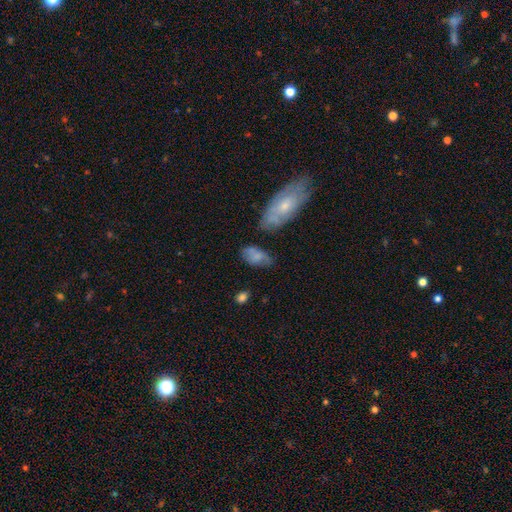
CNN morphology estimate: A smooth galaxy with no disk features (68%) that is in between round and cigar-shaped (91%).

Vote fractions:
- Smooth or featured? smooth: 68% / featured or disk: 24% / star or artifact: 9%
- How rounded? in between: 91% / round: 6% / cigar-shaped: 4%
- Merging? none: 49% / minor disturbance: 29% / major disturbance: 12% / merger: 10%